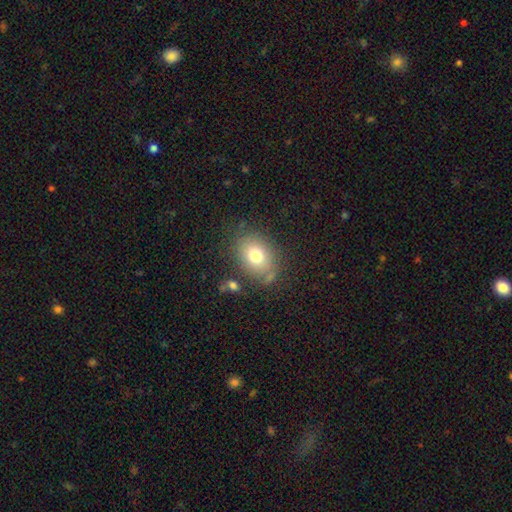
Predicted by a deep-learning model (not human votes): smooth_or_featured: smooth (p=0.75) [alt: featured or disk p=0.14]
how_rounded: in between (p=0.64) [alt: round p=0.35]
merging: none (p=0.75) [alt: minor disturbance p=0.15]